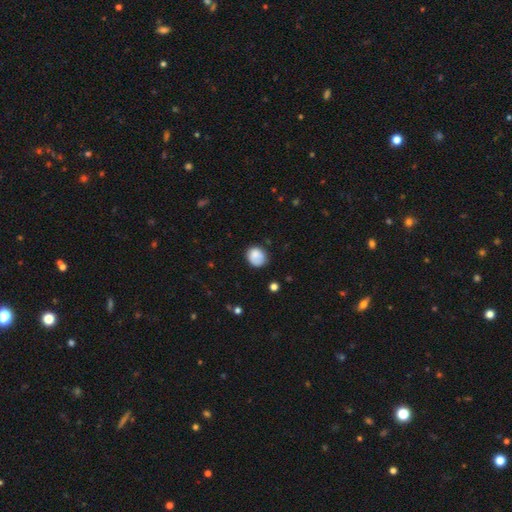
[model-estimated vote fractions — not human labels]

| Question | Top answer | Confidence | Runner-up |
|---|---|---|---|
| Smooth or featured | smooth | 79% | featured or disk (13%) |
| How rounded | round | 69% | in between (30%) |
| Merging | none | 68% | minor disturbance (22%) |